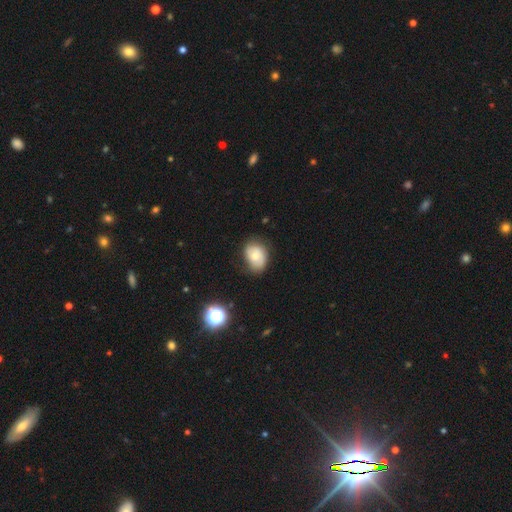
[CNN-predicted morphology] A smooth galaxy with no disk features (63%) that is in between round and cigar-shaped (69%). Merging: none (66%).